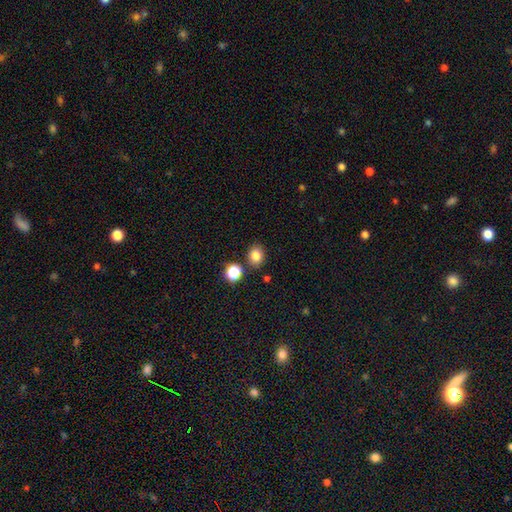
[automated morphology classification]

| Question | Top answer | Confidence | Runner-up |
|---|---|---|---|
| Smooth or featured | smooth | 82% | star or artifact (12%) |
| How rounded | round | 63% | in between (36%) |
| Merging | none | 82% | minor disturbance (9%) |